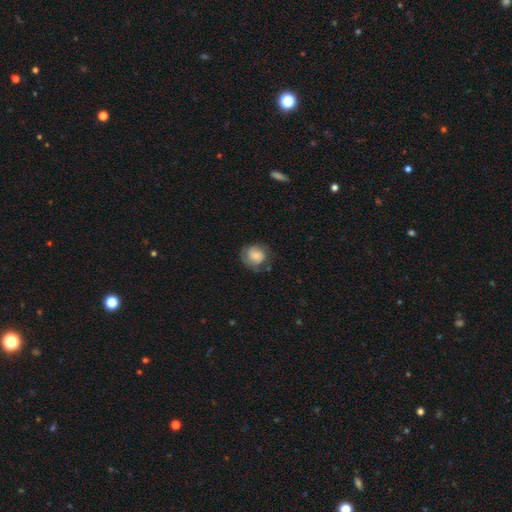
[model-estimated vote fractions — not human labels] smooth-or-featured: smooth: 54% | featured or disk: 38% | star or artifact: 8%
  how-rounded: round: 74% | in between: 25% | cigar-shaped: 1%
  merging: none: 58% | minor disturbance: 26% | major disturbance: 13% | merger: 2%